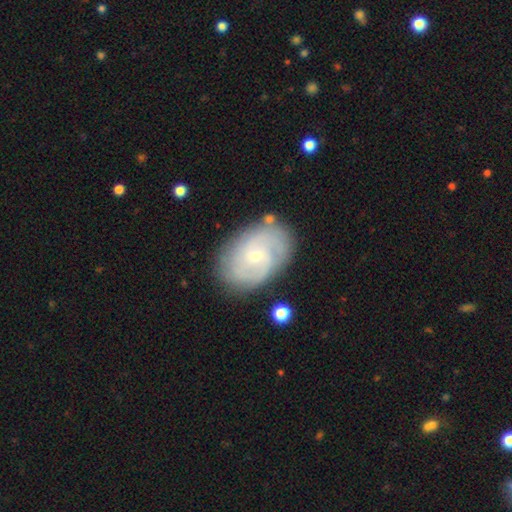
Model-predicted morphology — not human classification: Smooth or featured?
  - featured or disk: 77% *
  - smooth: 17%
  - star or artifact: 6%
Edge-on disk?
  - no: 97% *
  - yes: 3%
Bar?
  - no: 60% *
  - weak: 35%
  - strong: 5%
Spiral arms?
  - yes: 92% *
  - no: 8%
Spiral winding?
  - tight: 54% *
  - medium: 35%
  - loose: 11%
Spiral arm count?
  - 2: 35% *
  - can't tell: 32%
  - 3: 17%
  - 4: 7%
  - 1: 4%
  - more than 4: 4%
Bulge size?
  - small: 75% *
  - moderate: 22%
  - none: 1%
  - large: 1%
  - dominant: 1%
Merging?
  - none: 78% *
  - minor disturbance: 15%
  - major disturbance: 4%
  - merger: 2%